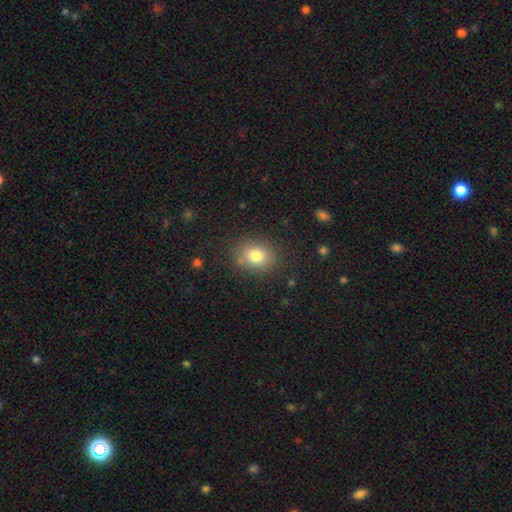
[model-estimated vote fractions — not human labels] smooth_or_featured: smooth (p=0.80) [alt: star or artifact p=0.11]
how_rounded: round (p=0.52) [alt: in between p=0.47]
merging: none (p=0.81) [alt: minor disturbance p=0.12]